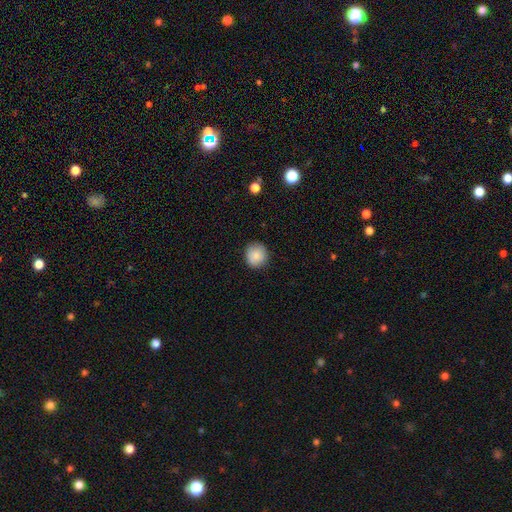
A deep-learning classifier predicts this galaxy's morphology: This appears to be a smooth galaxy with no disk features (85%) that is round (91%). Merging: none (87%).